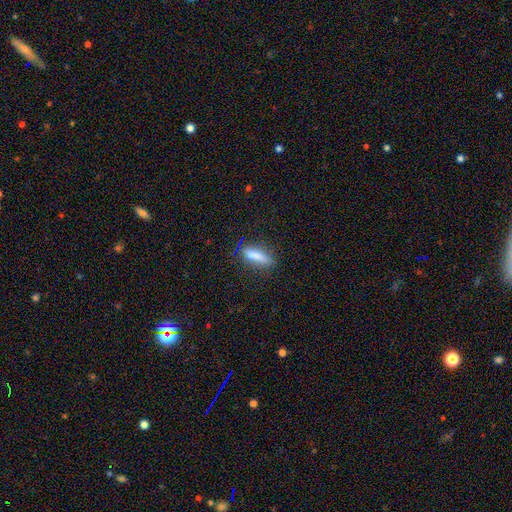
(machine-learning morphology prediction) smooth 78%, featured or disk 13%, star or artifact 9%. Down the decision tree: how rounded — cigar-shaped (63%); merging — none (79%).